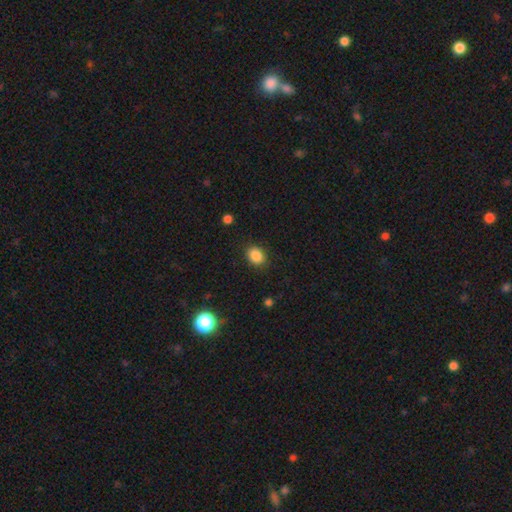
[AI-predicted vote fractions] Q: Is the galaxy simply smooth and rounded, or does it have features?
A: smooth — 87%.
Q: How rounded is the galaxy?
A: in between — 61%.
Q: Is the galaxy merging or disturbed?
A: none — 87%.